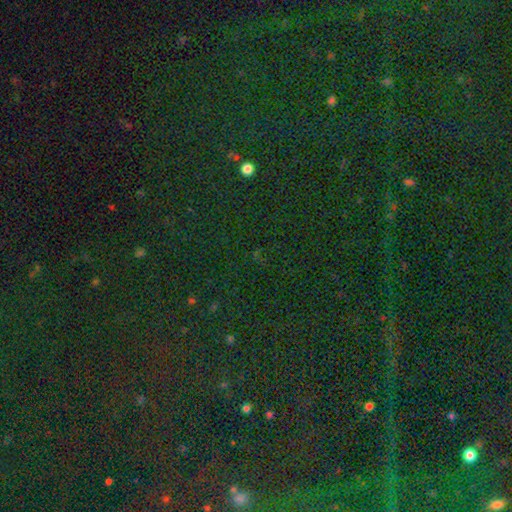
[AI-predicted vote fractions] Q: Smooth or featured?
A: star or artifact (81%); runner-up: smooth (12%)